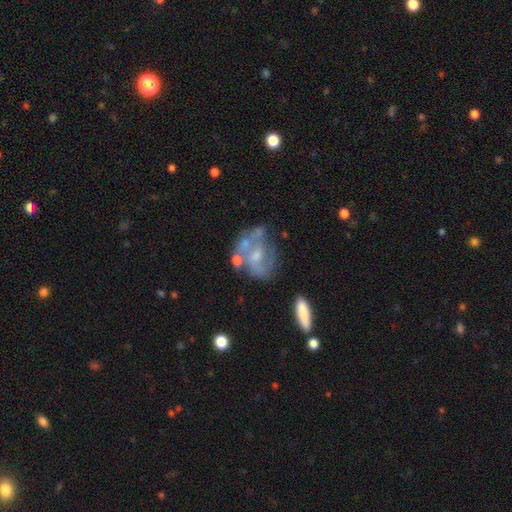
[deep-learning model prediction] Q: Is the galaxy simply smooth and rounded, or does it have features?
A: featured or disk — 68%.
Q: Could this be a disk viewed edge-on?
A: no — 96%.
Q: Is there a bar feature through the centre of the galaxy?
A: no — 54%.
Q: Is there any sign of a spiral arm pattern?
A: yes — 61%.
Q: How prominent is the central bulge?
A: small — 41%.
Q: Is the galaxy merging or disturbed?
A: none — 46%.